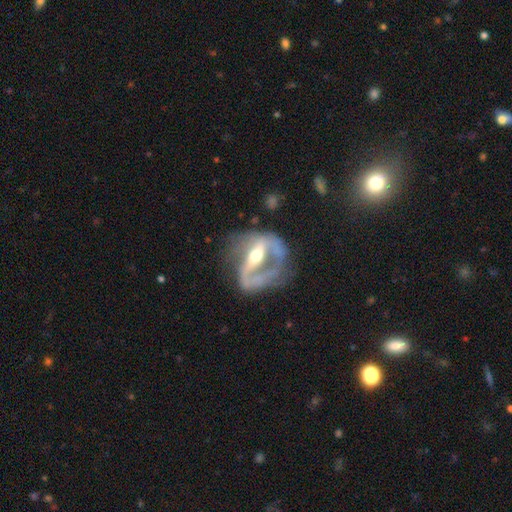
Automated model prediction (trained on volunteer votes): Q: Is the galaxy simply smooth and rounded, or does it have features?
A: featured or disk — 82%.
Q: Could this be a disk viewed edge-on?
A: no — 91%.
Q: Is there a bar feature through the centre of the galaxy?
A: strong — 55%.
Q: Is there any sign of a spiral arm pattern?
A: yes — 67%.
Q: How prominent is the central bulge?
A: moderate — 70%.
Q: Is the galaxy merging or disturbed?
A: major disturbance — 39%.